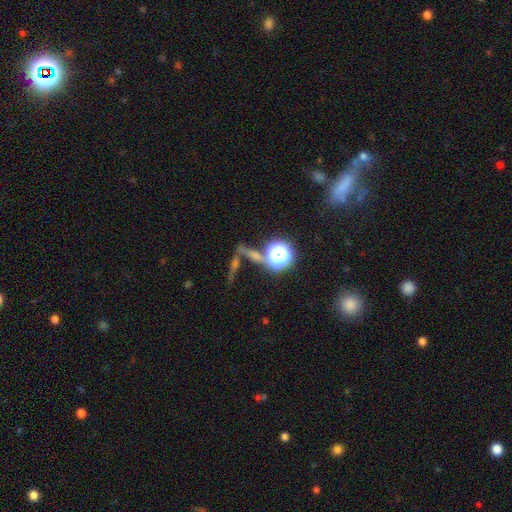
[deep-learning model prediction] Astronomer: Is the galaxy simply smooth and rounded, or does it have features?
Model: star or artifact — 42% (runner-up: smooth, 31%).